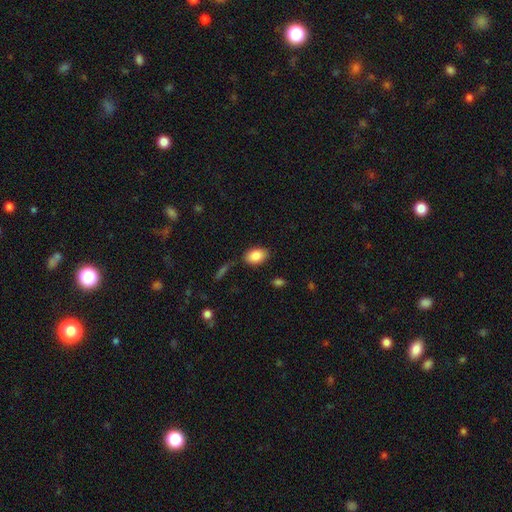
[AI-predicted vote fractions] Overall: smooth (87%). How rounded: in between (90%). Merging: none (81%).